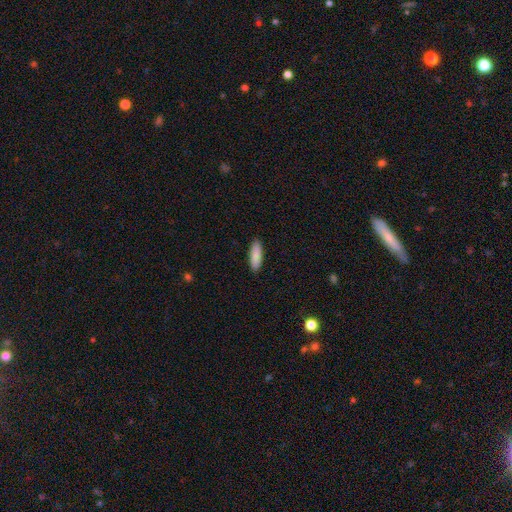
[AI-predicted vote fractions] This is clearly a smooth galaxy (89%). How rounded: possibly in between (54%). Merging: clearly none (90%).